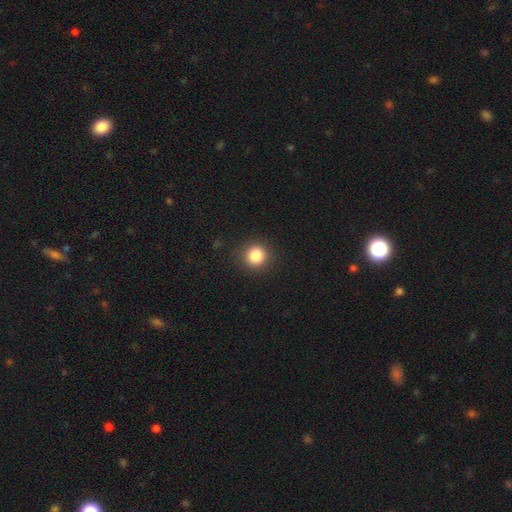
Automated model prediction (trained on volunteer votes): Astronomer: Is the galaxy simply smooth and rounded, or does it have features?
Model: smooth — 85%.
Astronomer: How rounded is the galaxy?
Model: round — 92%.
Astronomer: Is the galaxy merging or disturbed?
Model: none — 90%.